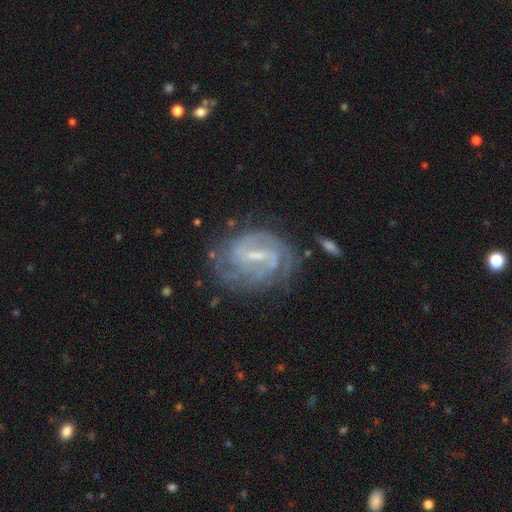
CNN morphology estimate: The model was most divided on "bar": weak: 49%, strong: 40%, no: 11%. Remaining: edge-on disk — no (97%); spiral arms — yes (95%); smooth or featured — featured or disk (87%); merging — none (70%); bulge size — small (58%); spiral arm count — 2 (50%); spiral winding — tight (49%).